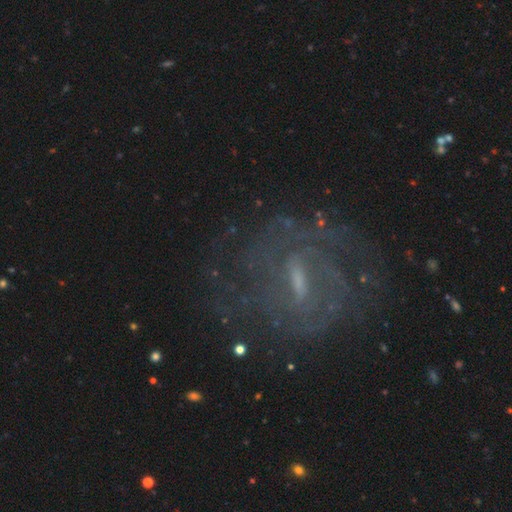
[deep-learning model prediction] featured or disk 76%, star or artifact 14%, smooth 10%. Down the decision tree: edge-on disk — no (92%); bar — weak (46%); spiral arms — yes (79%); spiral arm count — can't tell (52%); spiral winding — tight (55%); bulge size — small (50%); merging — none (73%).